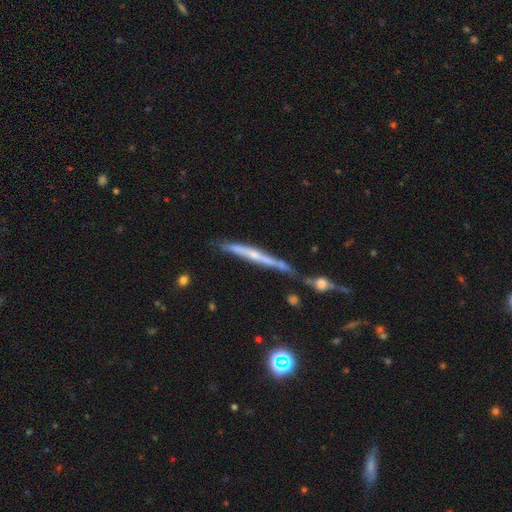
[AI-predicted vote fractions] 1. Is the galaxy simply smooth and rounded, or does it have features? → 68% featured or disk, 23% smooth, 9% star or artifact.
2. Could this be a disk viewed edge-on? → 91% yes, 9% no.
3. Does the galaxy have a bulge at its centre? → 46% none (tied), 46% rounded (tied), 8% boxy.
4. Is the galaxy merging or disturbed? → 53% none, 20% merger, 19% minor disturbance, 8% major disturbance.